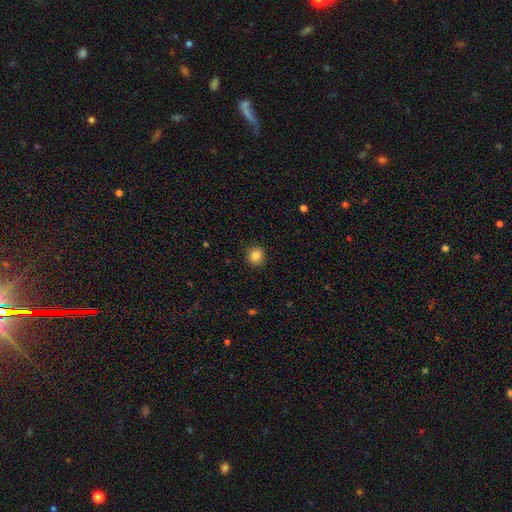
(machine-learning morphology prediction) A smooth galaxy with no disk features (84%) that is round (91%).

Vote fractions:
- Smooth or featured? smooth: 84% / star or artifact: 10% / featured or disk: 5%
- How rounded? round: 91% / in between: 8% / cigar-shaped: 1%
- Merging? none: 91% / minor disturbance: 6% / major disturbance: 2% / merger: 1%